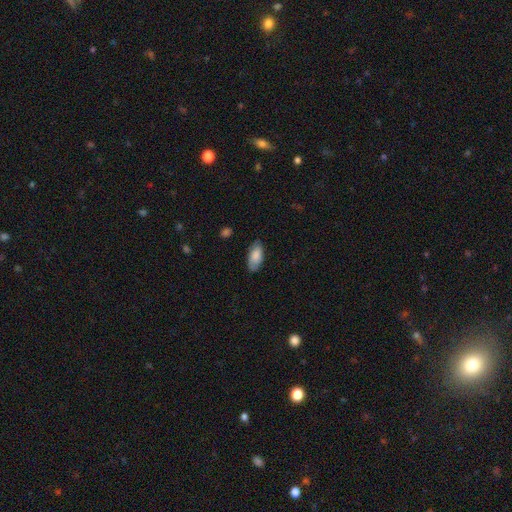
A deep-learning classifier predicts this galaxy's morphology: This appears to be a smooth galaxy with no disk features (80%) that is in between round and cigar-shaped (92%). Merging: none (76%).